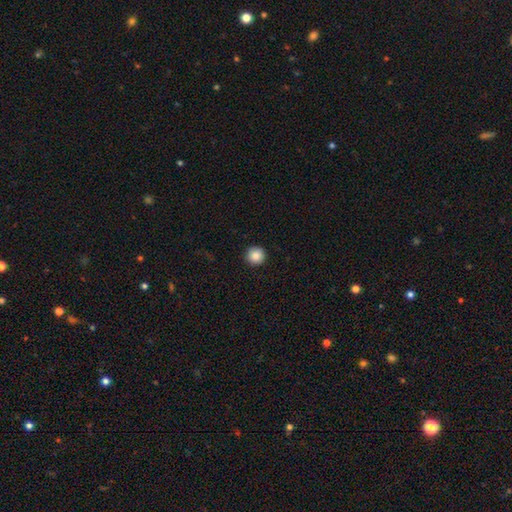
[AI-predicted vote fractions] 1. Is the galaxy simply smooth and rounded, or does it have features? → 86% smooth, 9% star or artifact, 4% featured or disk.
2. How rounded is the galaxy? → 96% round, 3% in between, 1% cigar-shaped.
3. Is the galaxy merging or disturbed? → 93% none, 5% minor disturbance, 2% major disturbance, 1% merger.